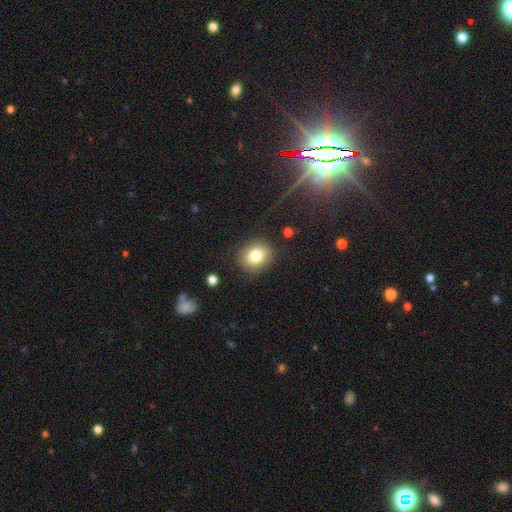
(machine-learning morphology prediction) The model was most divided on "how rounded": round: 64%, in between: 35%, cigar-shaped: 1%. More confident: merging — none (84%); smooth or featured — smooth (79%).